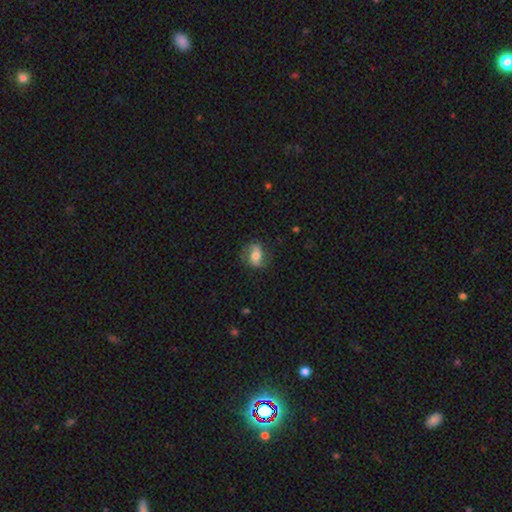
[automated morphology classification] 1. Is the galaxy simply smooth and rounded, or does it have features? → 50% smooth, 42% featured or disk, 8% star or artifact.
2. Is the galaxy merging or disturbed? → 72% none, 18% minor disturbance, 8% major disturbance, 1% merger.